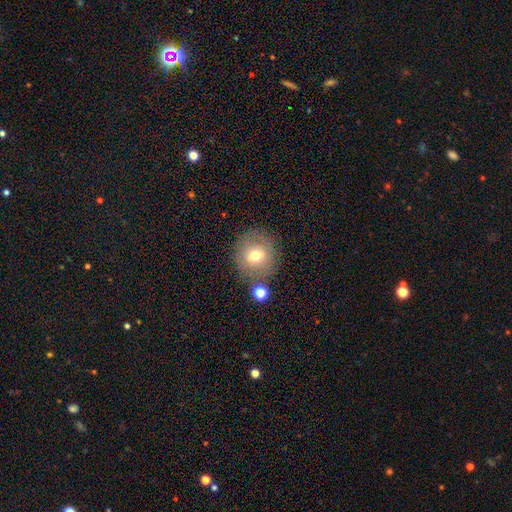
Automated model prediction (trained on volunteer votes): Smooth or featured? Predicted: smooth (p=0.64). How rounded? Predicted: round (p=0.87). Merging? Predicted: none (p=0.73).